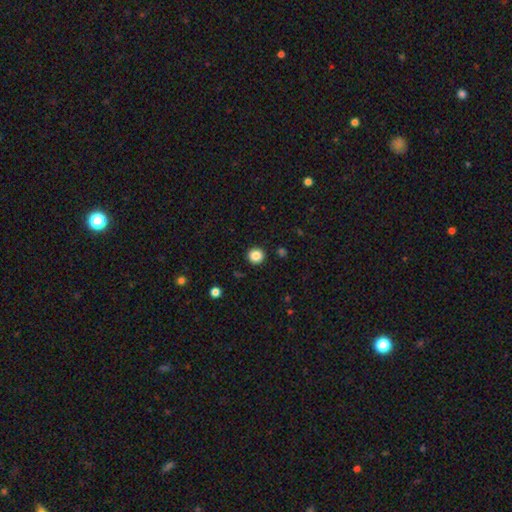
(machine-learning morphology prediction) This appears to be a smooth galaxy with no disk features (85%) that is round (93%). Merging: none (92%).